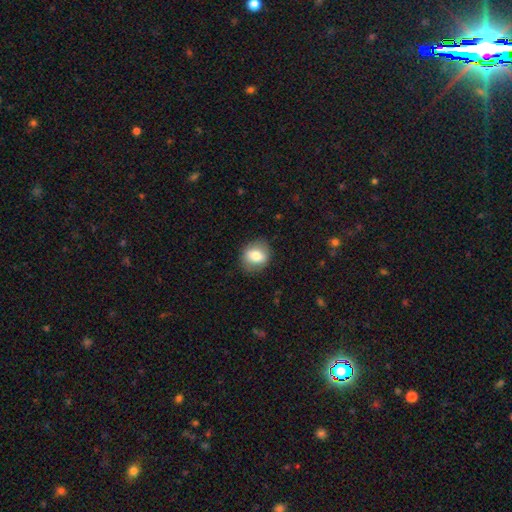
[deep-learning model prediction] Overall: smooth (74%). How rounded: round (62%; in between 37%). Merging: none (84%).